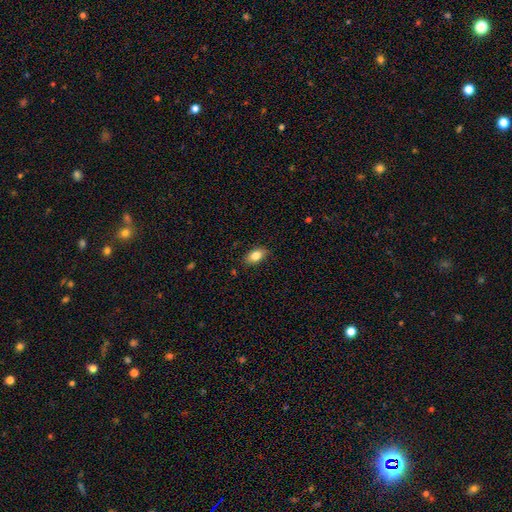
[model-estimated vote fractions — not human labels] Morphology: type=smooth (82%); roundness=in between (88%); merging=none (84%).